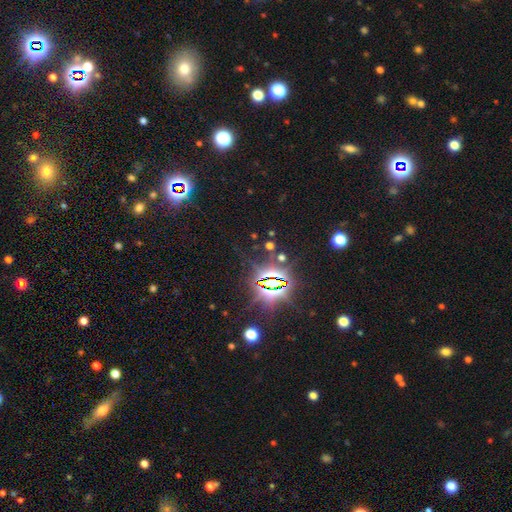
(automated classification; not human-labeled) A star or artifact, not a galaxy (81%).

Vote fractions:
- Smooth or featured? star or artifact: 81% / smooth: 12% / featured or disk: 7%